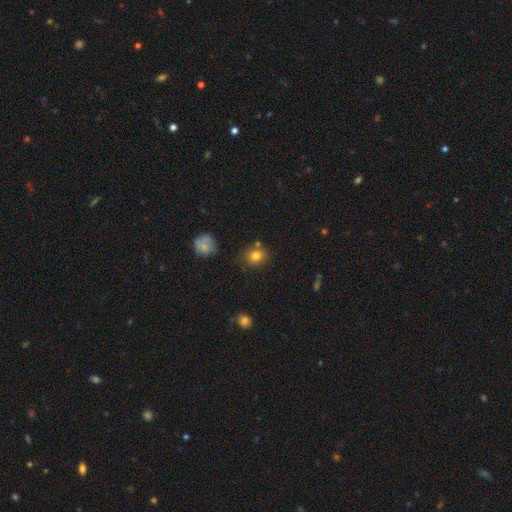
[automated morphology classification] smooth-or-featured: smooth: 79% | star or artifact: 13% | featured or disk: 8%
  how-rounded: round: 77% | in between: 23% | cigar-shaped: 1%
  merging: none: 75% | minor disturbance: 14% | merger: 7% | major disturbance: 4%